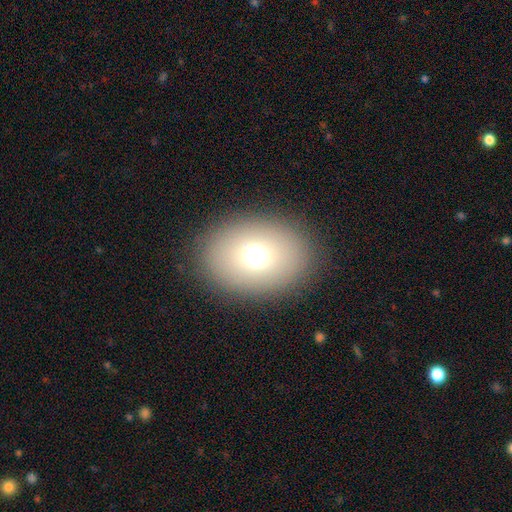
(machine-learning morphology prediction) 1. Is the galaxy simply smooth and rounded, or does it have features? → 69% smooth, 16% featured or disk, 15% star or artifact.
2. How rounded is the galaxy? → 62% in between, 37% round, 1% cigar-shaped.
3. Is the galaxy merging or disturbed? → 87% none, 7% minor disturbance, 4% major disturbance, 1% merger.